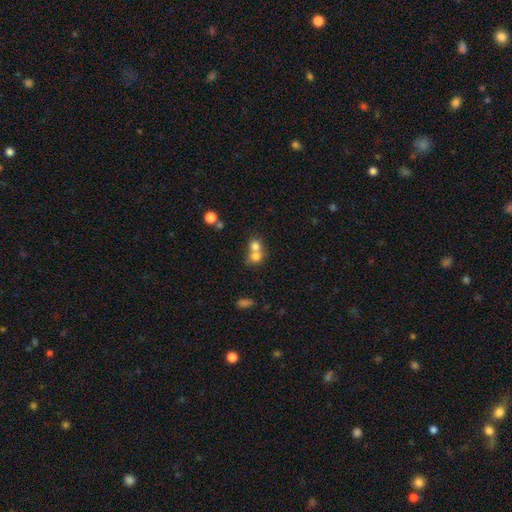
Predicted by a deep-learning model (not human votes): This appears to be a smooth galaxy with no disk features (73%) that is round (74%). Merging: merger (66%).